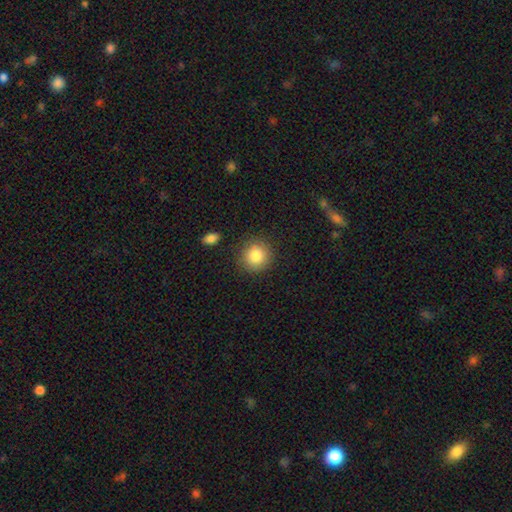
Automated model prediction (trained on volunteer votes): A smooth galaxy with no disk features (85%) that is round (89%).

Vote fractions:
- Smooth or featured? smooth: 85% / star or artifact: 9% / featured or disk: 6%
- How rounded? round: 89% / in between: 10% / cigar-shaped: 1%
- Merging? none: 86% / minor disturbance: 9% / major disturbance: 3% / merger: 2%